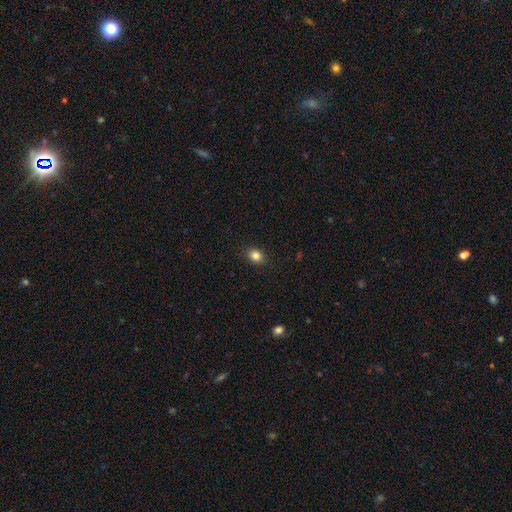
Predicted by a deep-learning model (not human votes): The model was most divided on "how rounded": round: 51%, in between: 48%, cigar-shaped: 1%. More confident: merging — none (88%); smooth or featured — smooth (84%).